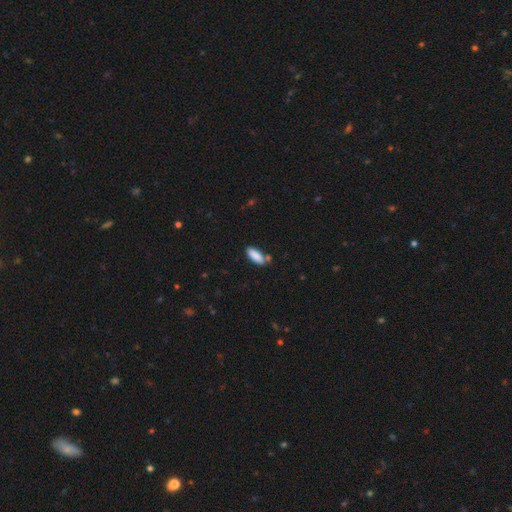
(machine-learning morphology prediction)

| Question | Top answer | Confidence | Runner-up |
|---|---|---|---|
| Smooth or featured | smooth | 88% | star or artifact (6%) |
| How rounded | in between | 74% | cigar-shaped (24%) |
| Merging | none | 73% | minor disturbance (16%) |